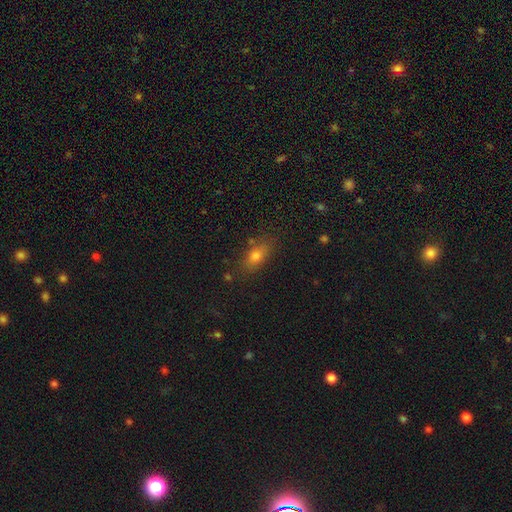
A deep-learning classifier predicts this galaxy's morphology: A smooth galaxy with no disk features (71%) that is in between round and cigar-shaped (73%). Merging: none (80%).